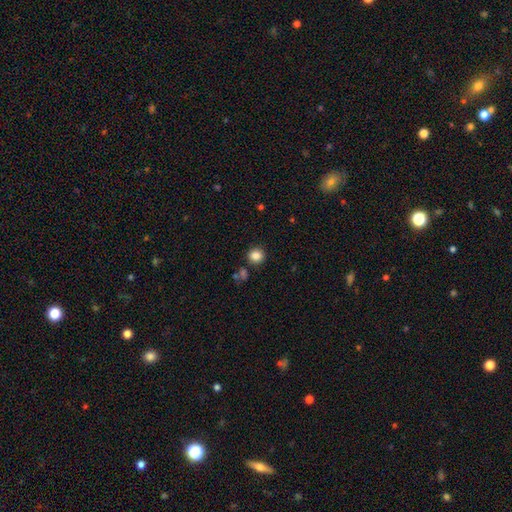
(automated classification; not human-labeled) Morphology: type=smooth (84%); roundness=round (87%); merging=none (85%).